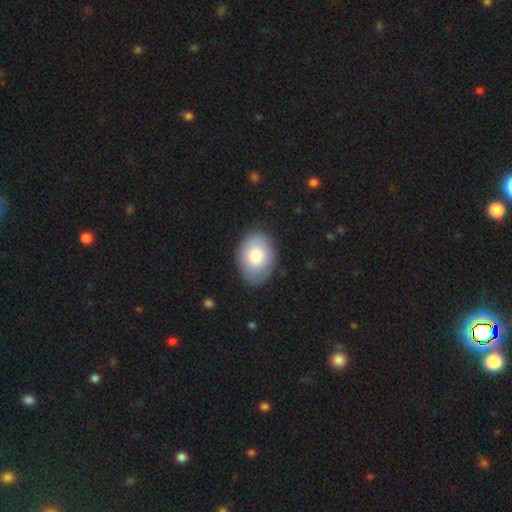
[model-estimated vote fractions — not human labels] The model was most divided on "how rounded": in between: 78%, round: 21%, cigar-shaped: 1%. More confident: merging — none (84%); smooth or featured — smooth (80%).